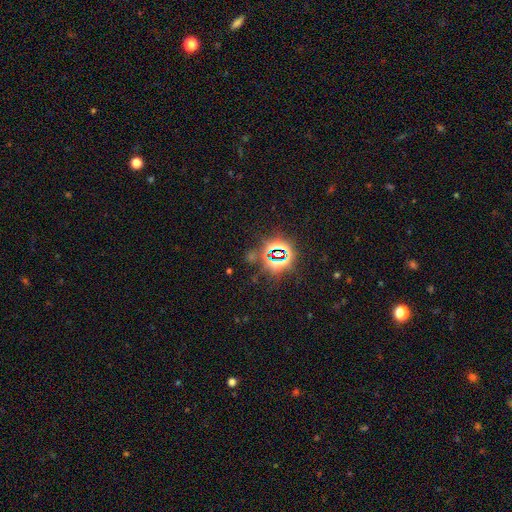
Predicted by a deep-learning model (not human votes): smooth-or-featured: star or artifact: 77% | smooth: 15% | featured or disk: 8%